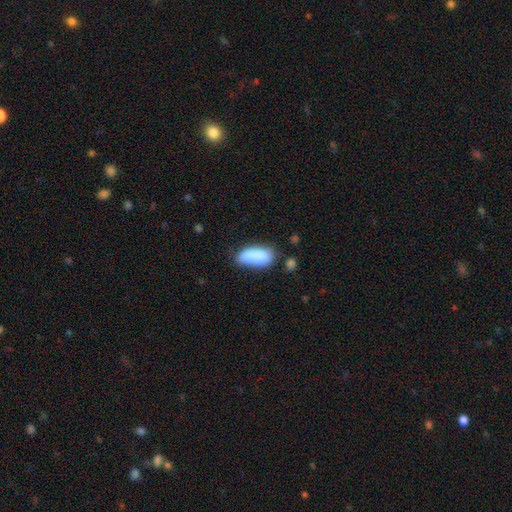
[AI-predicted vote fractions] Overall: smooth (73%). How rounded: in between (87%). Merging: merger (38%; none 36%).